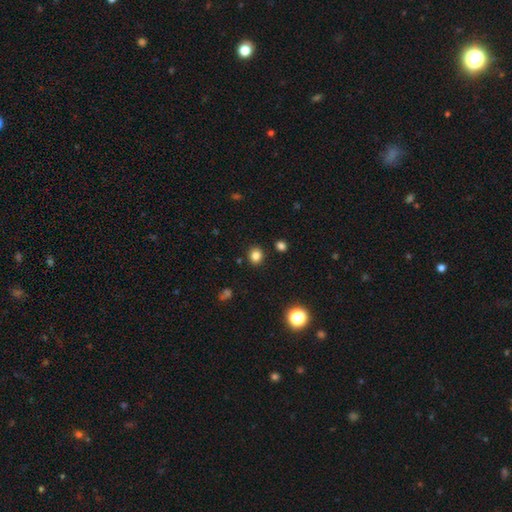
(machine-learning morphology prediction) A smooth galaxy with no disk features (83%) that is round (79%). Merging: none (88%).